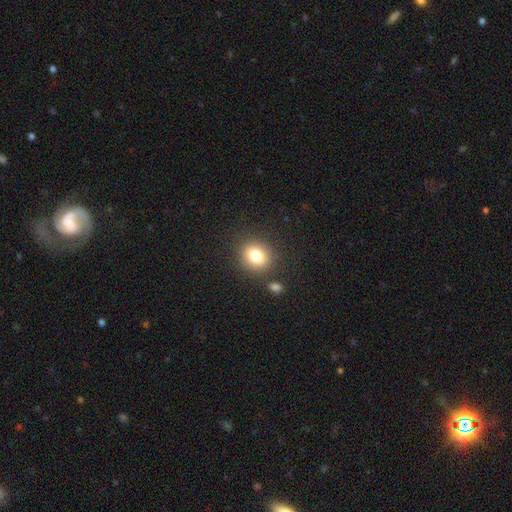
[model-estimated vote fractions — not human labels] This is clearly a smooth galaxy (80%). How rounded: likely round (66%). Merging: clearly none (82%).